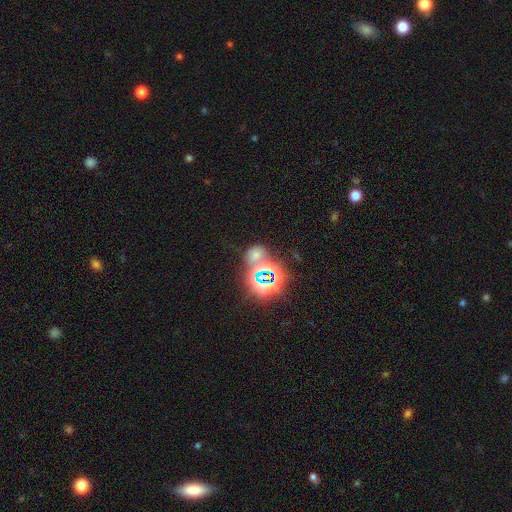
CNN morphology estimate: Smooth or featured? Predicted: star or artifact (p=0.57).